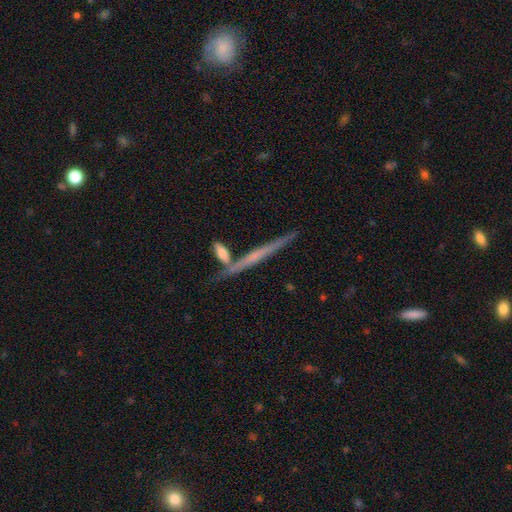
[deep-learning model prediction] A featured or disk galaxy (62%) viewed edge-on (96%) with no central bulge (63%).

Vote fractions:
- Smooth or featured? featured or disk: 62% / smooth: 31% / star or artifact: 7%
- Edge-on disk? yes: 96% / no: 4%
- Edge-on bulge? none: 63% / rounded: 29% / boxy: 8%
- Merging? none: 74% / merger: 14% / minor disturbance: 9% / major disturbance: 3%